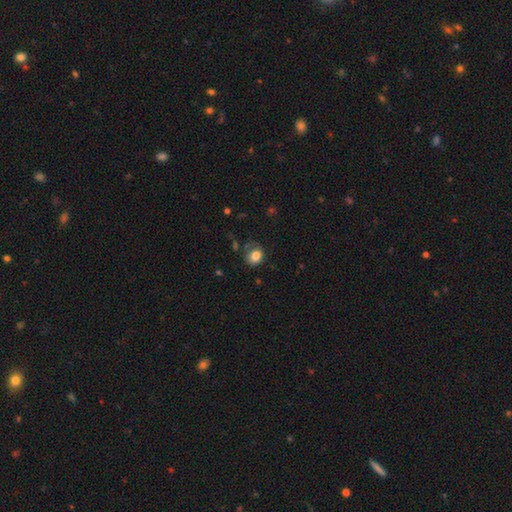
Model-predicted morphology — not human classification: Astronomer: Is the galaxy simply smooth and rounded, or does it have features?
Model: smooth — 82%.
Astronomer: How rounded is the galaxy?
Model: round — 66%.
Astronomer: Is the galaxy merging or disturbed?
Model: none — 64%.